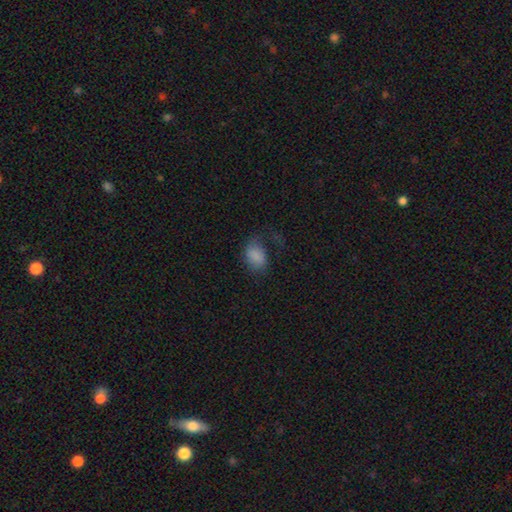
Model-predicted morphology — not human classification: A smooth galaxy with no disk features (78%) that is in between round and cigar-shaped (81%). Merging: none (39%).